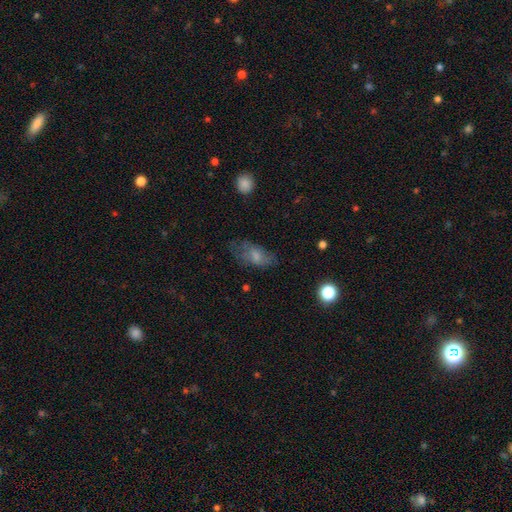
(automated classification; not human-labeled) Smooth or featured: smooth — 62% (featured or disk — 28%)
How rounded: in between — 87% (cigar-shaped — 8%)
Merging: none — 49% (minor disturbance — 27%)